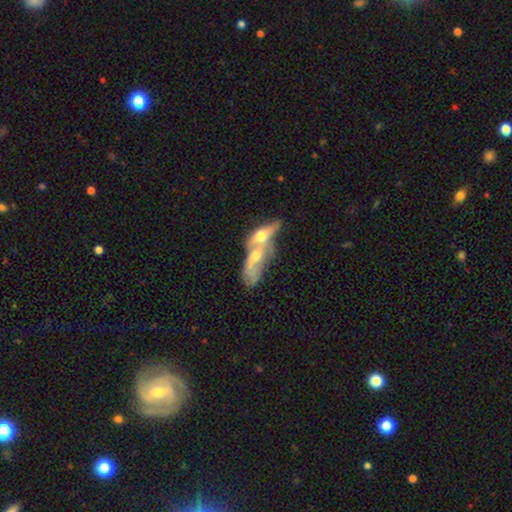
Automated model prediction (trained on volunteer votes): Smooth or featured? featured or disk (58%)
Edge-on disk? no (72%)
Merging? merger (74%)